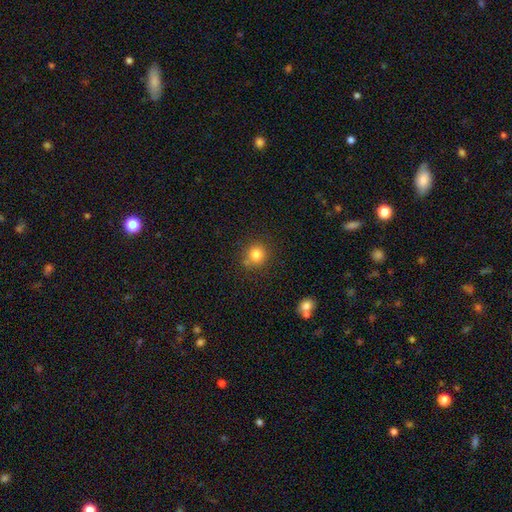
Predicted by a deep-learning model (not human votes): A smooth galaxy with no disk features (81%) that is round (90%).

Vote fractions:
- Smooth or featured? smooth: 81% / star or artifact: 12% / featured or disk: 7%
- How rounded? round: 90% / in between: 9% / cigar-shaped: 1%
- Merging? none: 77% / minor disturbance: 12% / merger: 8% / major disturbance: 3%